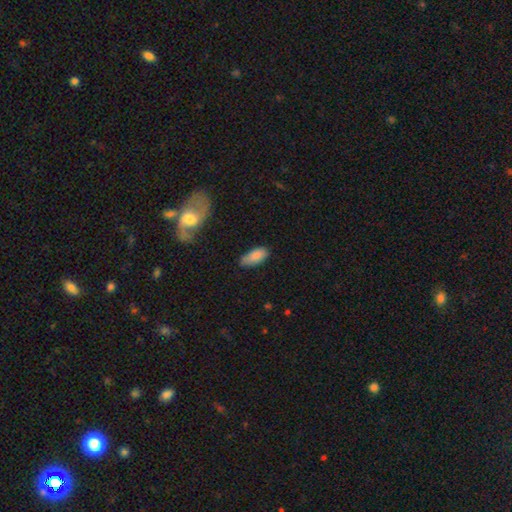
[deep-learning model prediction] smooth_or_featured: smooth (p=0.85) [alt: featured or disk p=0.08]
how_rounded: in between (p=0.86) [alt: cigar-shaped p=0.12]
merging: none (p=0.67) [alt: minor disturbance p=0.26]